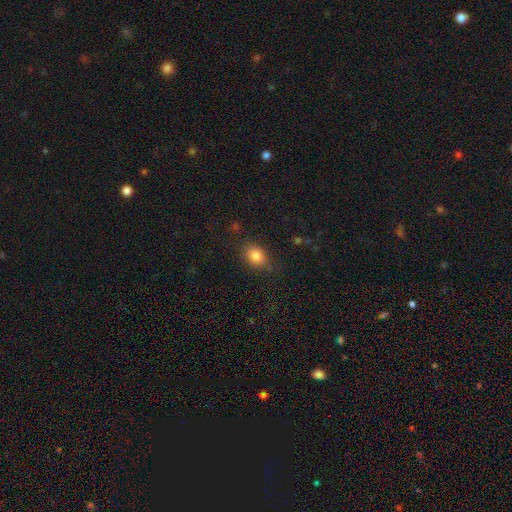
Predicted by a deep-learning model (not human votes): Smooth or featured: smooth — 83% (star or artifact — 10%)
How rounded: in between — 64% (round — 35%)
Merging: none — 79% (minor disturbance — 15%)